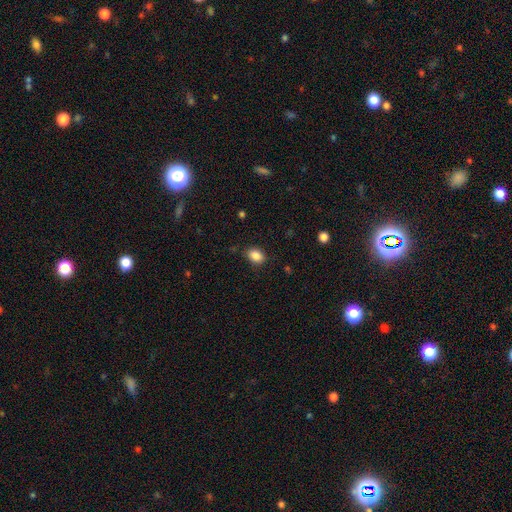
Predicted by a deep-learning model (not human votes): Overall: smooth (87%). How rounded: in between (79%). Merging: none (85%).